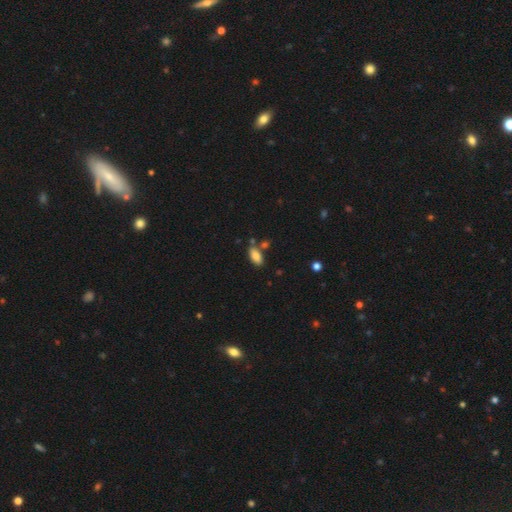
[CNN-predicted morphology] This is clearly a smooth galaxy (84%). How rounded: clearly in between (91%). Merging: likely none (69%).